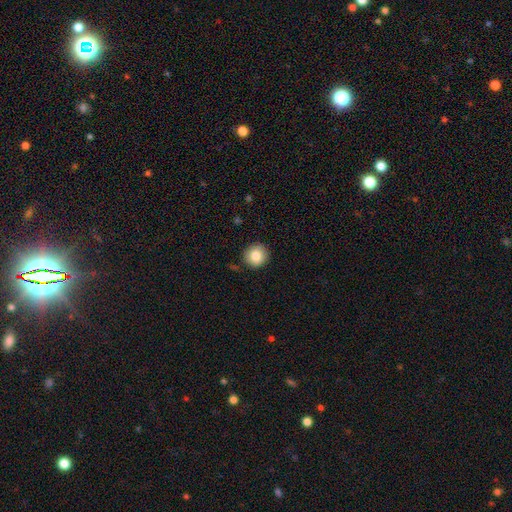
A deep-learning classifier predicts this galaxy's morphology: Smooth or featured?
  - smooth: 83% *
  - star or artifact: 9%
  - featured or disk: 8%
How rounded?
  - round: 93% *
  - in between: 6%
  - cigar-shaped: 1%
Merging?
  - none: 89% *
  - minor disturbance: 7%
  - major disturbance: 2%
  - merger: 1%